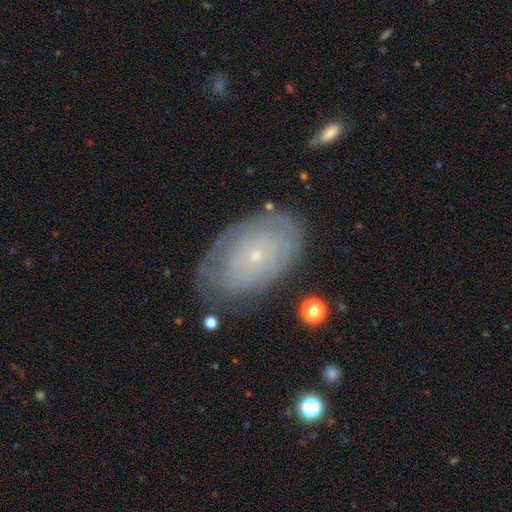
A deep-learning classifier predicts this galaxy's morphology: This appears to be a featured or disk galaxy (62%) with no bar (89%), spiral arms (63%) and a small central bulge (87%). Merging: none (73%).